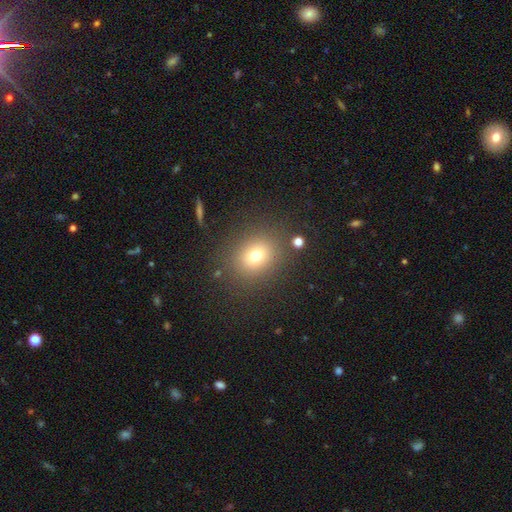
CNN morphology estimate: Overall: smooth (74%). How rounded: round (63%; in between 36%). Merging: none (84%).